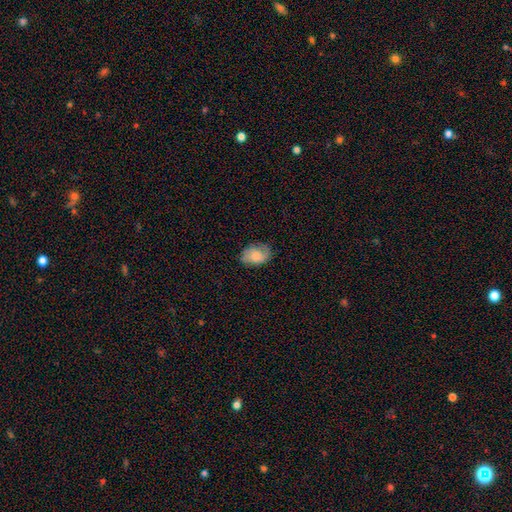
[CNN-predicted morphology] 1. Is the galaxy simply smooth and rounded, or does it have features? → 66% smooth, 27% featured or disk, 8% star or artifact.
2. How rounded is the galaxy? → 81% in between, 18% round, 1% cigar-shaped.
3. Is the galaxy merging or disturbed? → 71% none, 22% minor disturbance, 6% major disturbance, 1% merger.